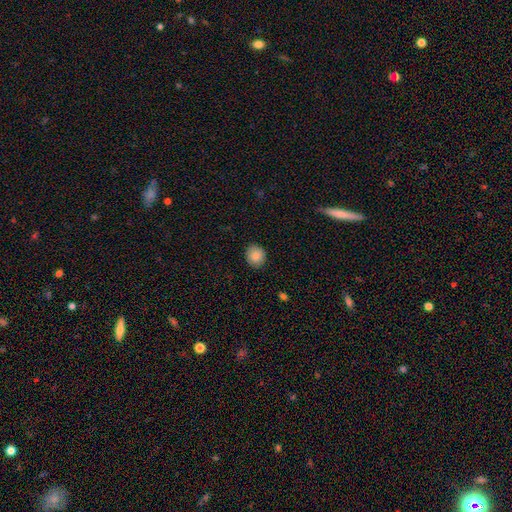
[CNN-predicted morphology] A smooth galaxy with no disk features (85%) that is round (84%). Merging: none (90%).